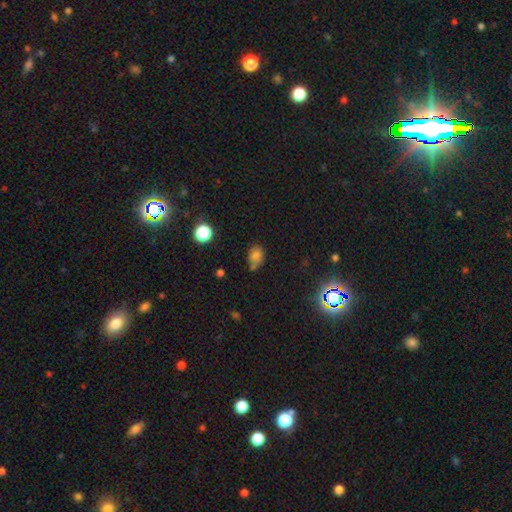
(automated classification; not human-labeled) A smooth galaxy with no disk features (73%) that is in between round and cigar-shaped (64%). Merging: none (53%).